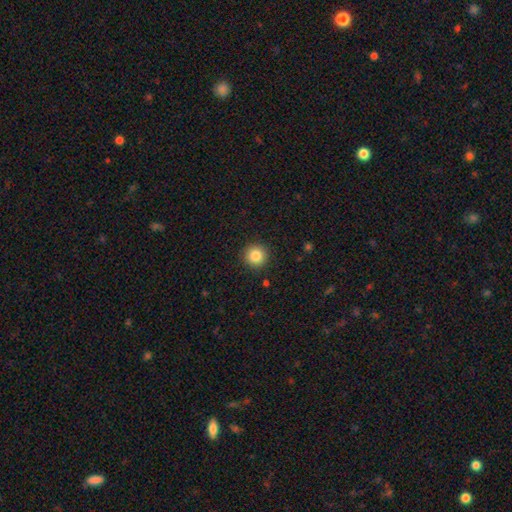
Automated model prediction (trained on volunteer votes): Smooth or featured? Predicted: smooth (p=0.85). How rounded? Predicted: round (p=0.95). Merging? Predicted: none (p=0.92).